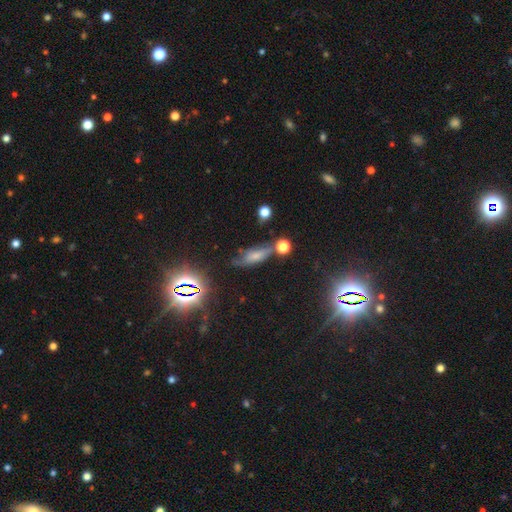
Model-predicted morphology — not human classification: Smooth or featured? smooth (51%)
How rounded? in between (51%)
Merging? none (53%)